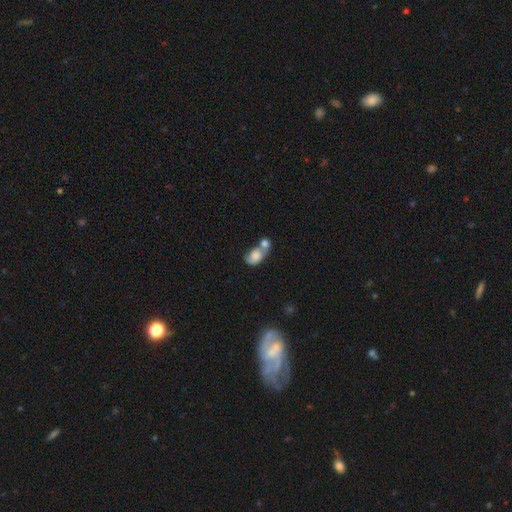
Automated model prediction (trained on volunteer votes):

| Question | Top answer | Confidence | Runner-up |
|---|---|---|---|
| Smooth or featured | smooth | 69% | featured or disk (23%) |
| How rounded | in between | 77% | round (21%) |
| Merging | merger | 67% | none (16%) |